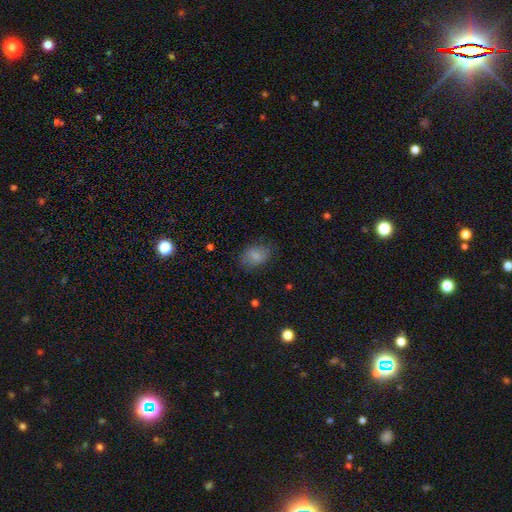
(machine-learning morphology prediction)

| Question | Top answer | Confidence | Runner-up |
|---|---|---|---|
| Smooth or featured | smooth | 82% | star or artifact (9%) |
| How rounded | in between | 79% | round (20%) |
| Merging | none | 73% | minor disturbance (19%) |